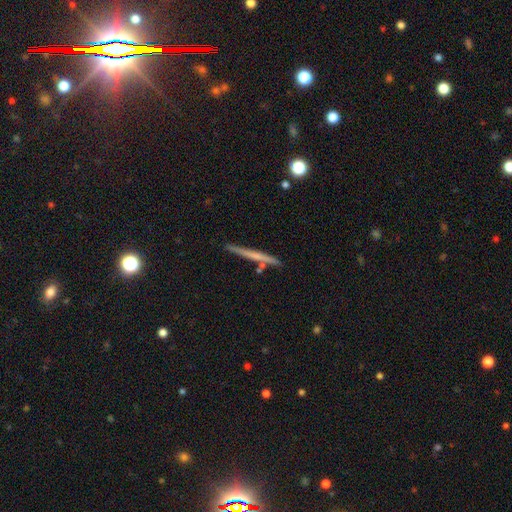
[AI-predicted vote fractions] The model was most divided on "smooth or featured": featured or disk: 51%, smooth: 43%, star or artifact: 6%. More confident: edge-on disk — yes (97%); merging — none (85%).